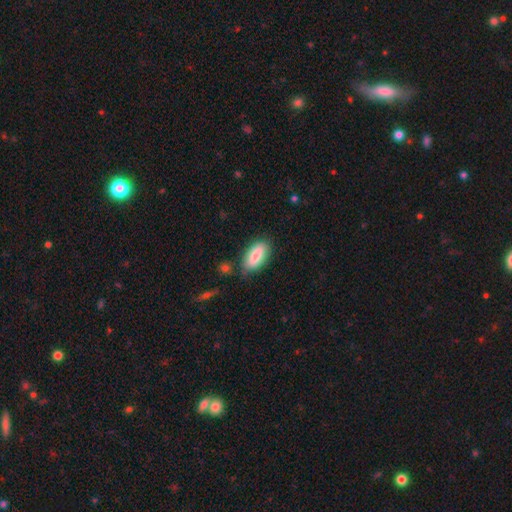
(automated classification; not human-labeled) This appears to be a smooth galaxy with no disk features (83%) that is in between round and cigar-shaped (86%). Merging: none (78%).